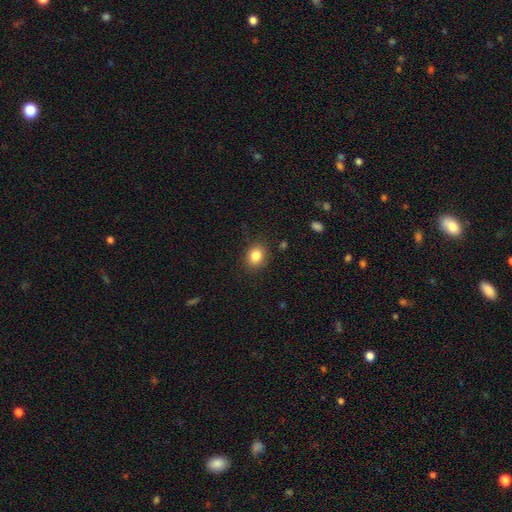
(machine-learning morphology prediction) Smooth or featured?
  - smooth: 84% *
  - star or artifact: 10%
  - featured or disk: 6%
How rounded?
  - round: 59% *
  - in between: 40%
  - cigar-shaped: 1%
Merging?
  - none: 86% *
  - minor disturbance: 10%
  - major disturbance: 3%
  - merger: 1%